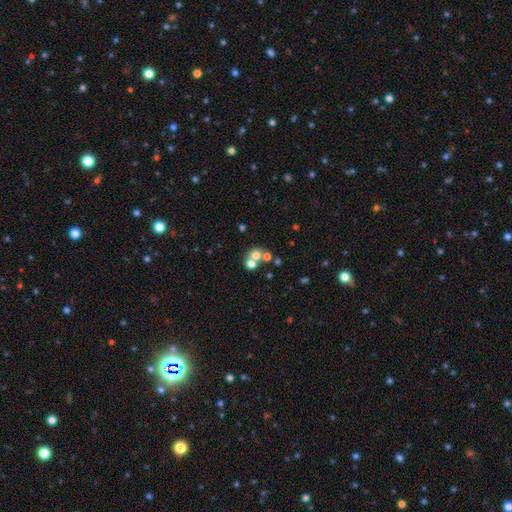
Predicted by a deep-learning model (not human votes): Smooth or featured?
  - smooth: 61% *
  - featured or disk: 23%
  - star or artifact: 16%
How rounded?
  - round: 79% *
  - in between: 20%
  - cigar-shaped: 1%
Merging?
  - merger: 53% *
  - none: 37%
  - minor disturbance: 6%
  - major disturbance: 4%